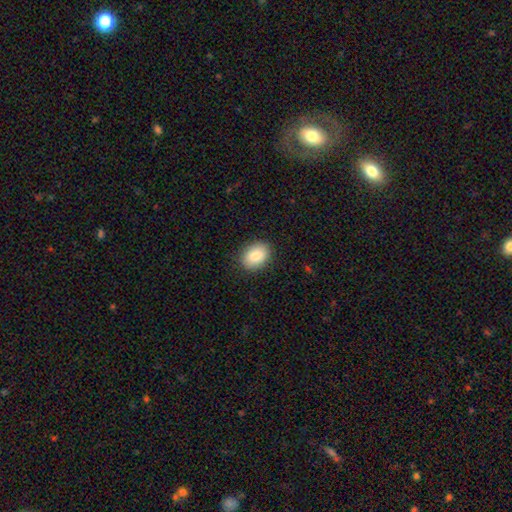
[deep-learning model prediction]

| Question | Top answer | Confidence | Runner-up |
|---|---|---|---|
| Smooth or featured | smooth | 87% | star or artifact (7%) |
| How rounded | in between | 73% | round (26%) |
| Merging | none | 88% | minor disturbance (9%) |